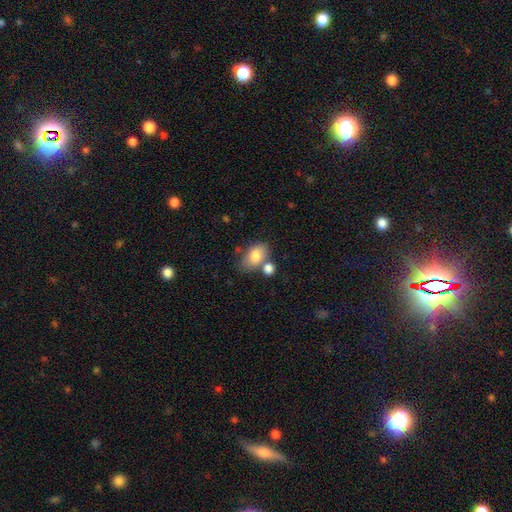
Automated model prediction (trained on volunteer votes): This appears to be a smooth galaxy with no disk features (80%) that is in between round and cigar-shaped (88%). Merging: none (54%).